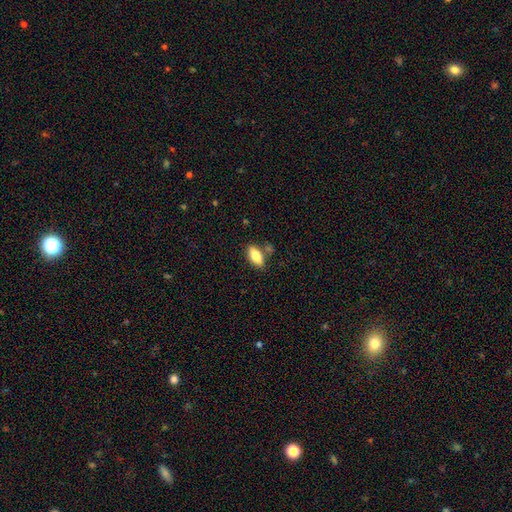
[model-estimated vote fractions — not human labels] This appears to be a smooth galaxy with no disk features (80%) that is in between round and cigar-shaped (82%). Merging: none (73%).